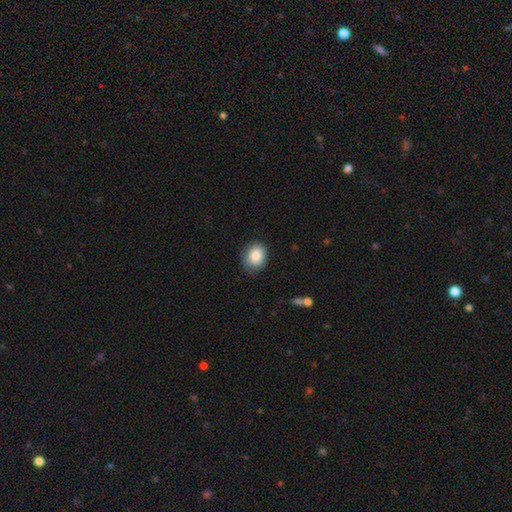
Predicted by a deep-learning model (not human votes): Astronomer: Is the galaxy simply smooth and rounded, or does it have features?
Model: smooth — 86%.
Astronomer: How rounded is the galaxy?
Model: in between — 57% (runner-up: round, 42%).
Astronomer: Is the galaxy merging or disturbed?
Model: none — 71%.